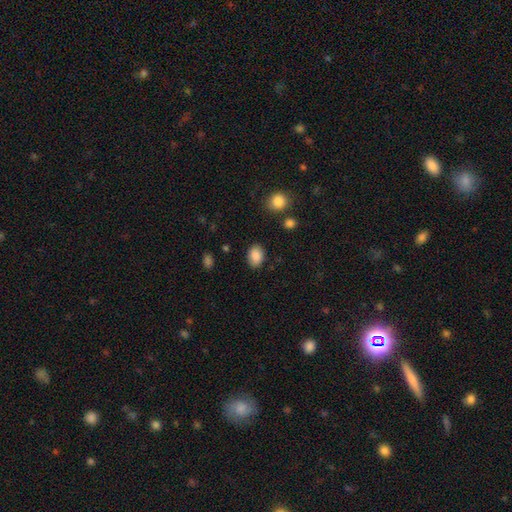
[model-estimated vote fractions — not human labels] Smooth or featured: smooth — 88% (star or artifact — 8%)
How rounded: in between — 74% (round — 26%)
Merging: none — 85% (minor disturbance — 10%)